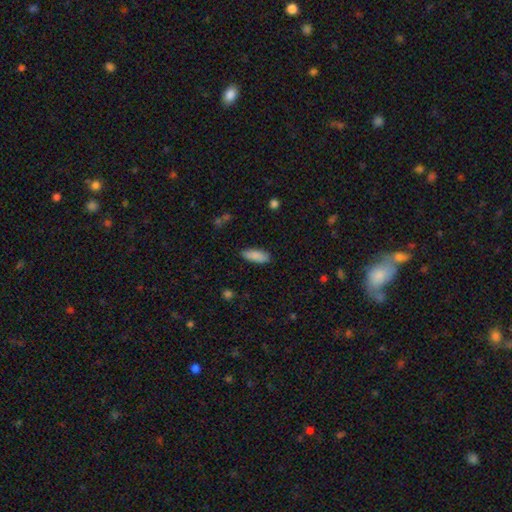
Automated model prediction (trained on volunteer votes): A smooth galaxy with no disk features (88%) that is in between round and cigar-shaped (72%). Merging: none (85%).